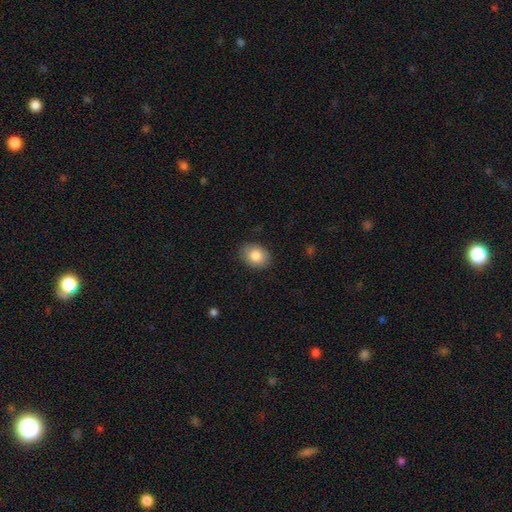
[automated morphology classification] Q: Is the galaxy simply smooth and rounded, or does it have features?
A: smooth — 84%.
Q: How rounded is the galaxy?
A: in between — 54%.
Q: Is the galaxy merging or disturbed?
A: none — 87%.